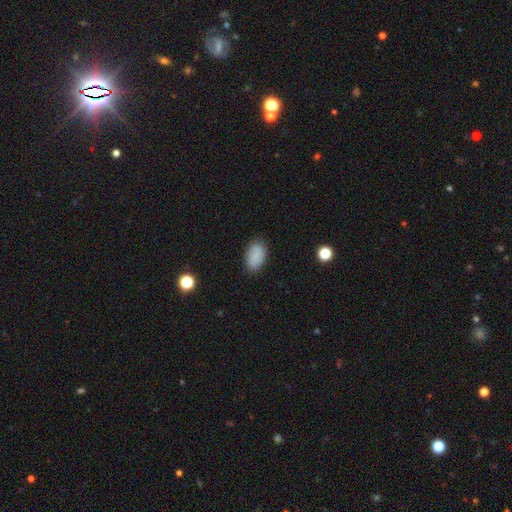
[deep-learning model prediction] This appears to be a smooth galaxy with no disk features (86%) that is in between round and cigar-shaped (92%). Merging: none (85%).